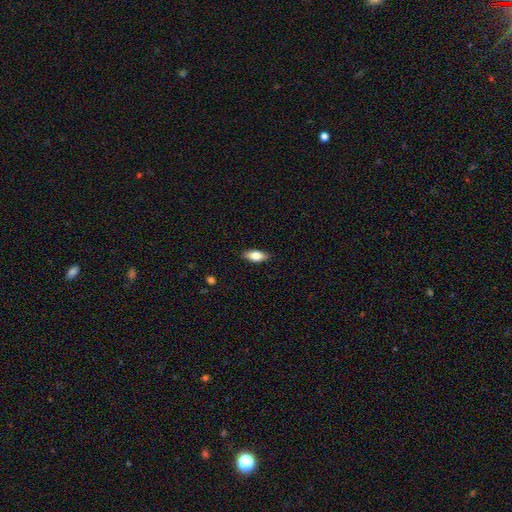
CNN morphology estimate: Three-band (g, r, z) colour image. It shows a smooth galaxy with no disk features (78%) that is in between round and cigar-shaped (84%). Merging: none (88%).